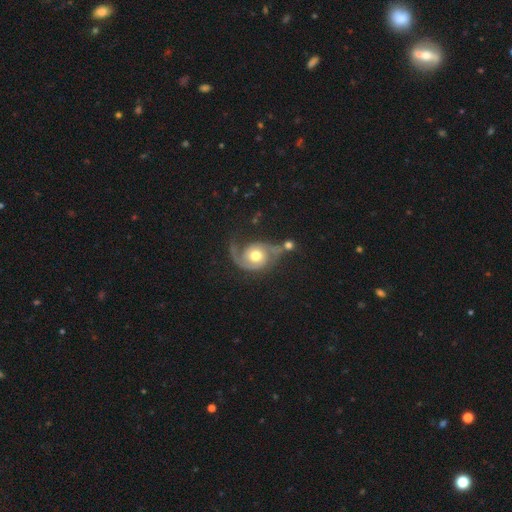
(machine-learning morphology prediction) Q: Smooth or featured?
A: featured or disk (82%); runner-up: smooth (13%)
Q: Edge-on disk?
A: no (97%); runner-up: yes (3%)
Q: Bar?
A: no (77%); runner-up: weak (19%)
Q: Spiral arms?
A: yes (94%); runner-up: no (6%)
Q: Spiral winding?
A: medium (44%); runner-up: loose (32%)
Q: Spiral arm count?
A: 2 (81%); runner-up: 1 (12%)
Q: Bulge size?
A: moderate (72%); runner-up: large (16%)
Q: Merging?
A: none (45%); runner-up: minor disturbance (20%)